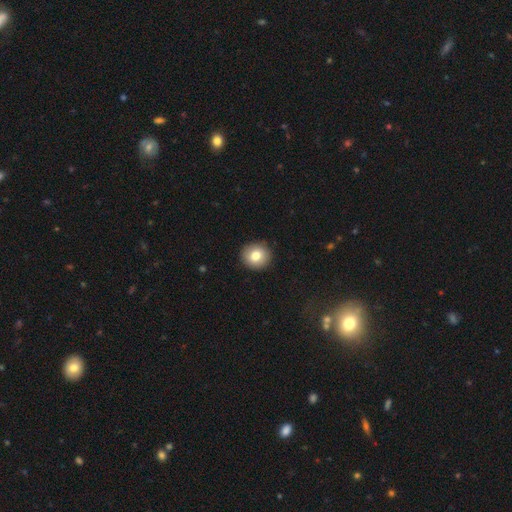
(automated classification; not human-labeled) Smooth or featured? Predicted: smooth (p=0.81). How rounded? Predicted: round (p=0.90). Merging? Predicted: none (p=0.91).